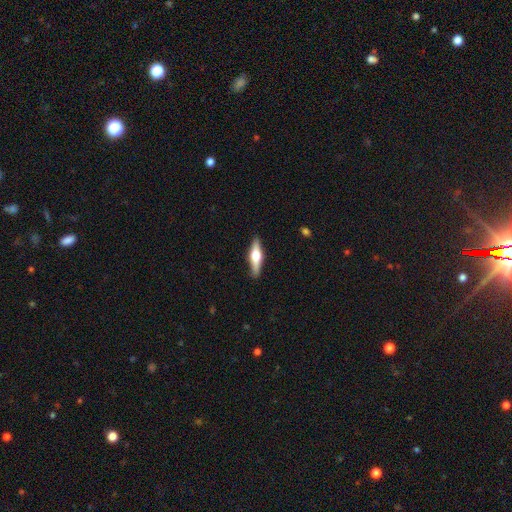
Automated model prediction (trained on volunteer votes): Morphology: type=featured or disk (58%); edge-on=yes (95%); edge-on bulge=rounded (94%); merging=none (89%).